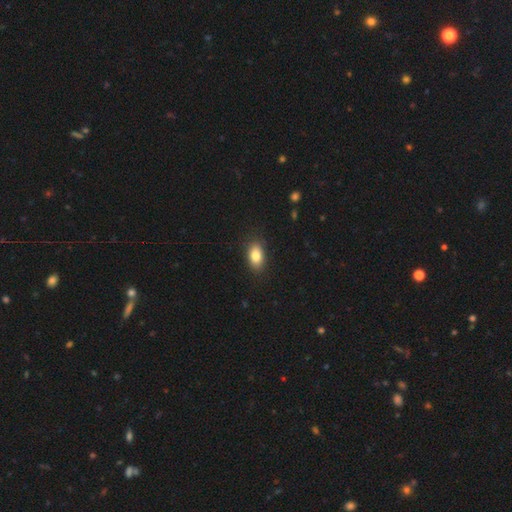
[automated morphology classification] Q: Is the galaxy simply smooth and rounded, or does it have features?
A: smooth — 83%.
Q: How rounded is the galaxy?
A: in between — 89%.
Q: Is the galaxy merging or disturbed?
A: none — 86%.